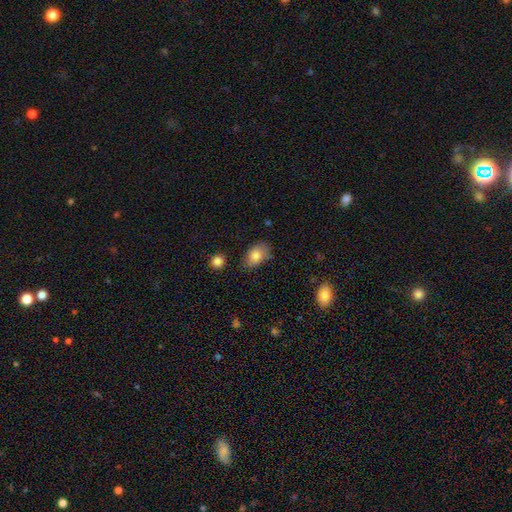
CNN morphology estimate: A smooth galaxy with no disk features (83%) that is in between round and cigar-shaped (85%).

Vote fractions:
- Smooth or featured? smooth: 83% / featured or disk: 9% / star or artifact: 8%
- How rounded? in between: 85% / round: 14% / cigar-shaped: 1%
- Merging? none: 65% / minor disturbance: 26% / major disturbance: 6% / merger: 3%